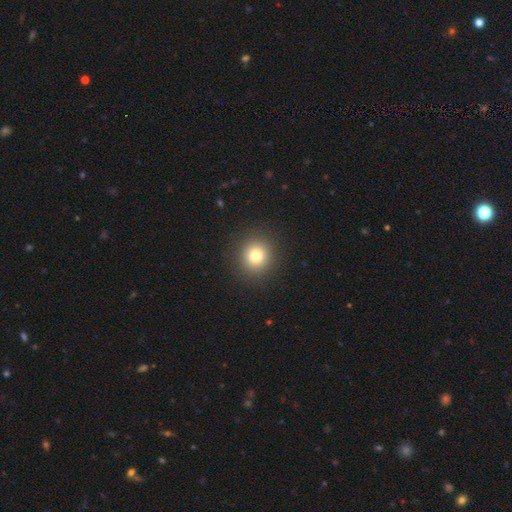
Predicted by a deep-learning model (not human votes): Q: Smooth or featured?
A: smooth (78%); runner-up: star or artifact (13%)
Q: How rounded?
A: round (90%); runner-up: in between (9%)
Q: Merging?
A: none (91%); runner-up: minor disturbance (5%)